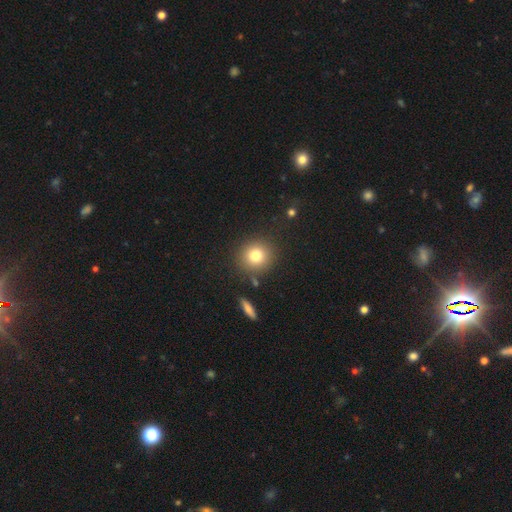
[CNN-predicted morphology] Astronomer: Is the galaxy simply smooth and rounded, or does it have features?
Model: smooth — 78%.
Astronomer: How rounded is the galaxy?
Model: round — 90%.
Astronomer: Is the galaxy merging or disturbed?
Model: none — 86%.